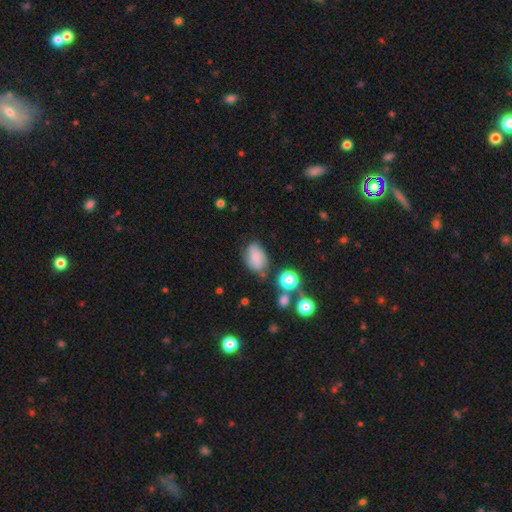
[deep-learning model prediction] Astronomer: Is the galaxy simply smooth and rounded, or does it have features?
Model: smooth — 71%.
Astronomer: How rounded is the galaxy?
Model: in between — 84%.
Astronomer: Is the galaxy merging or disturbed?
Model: none — 59%.